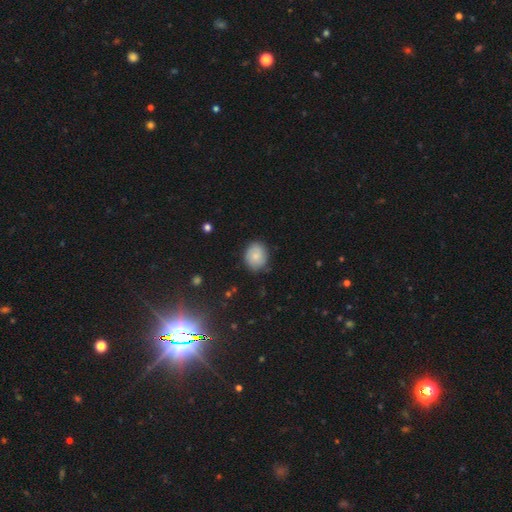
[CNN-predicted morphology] Q: Smooth or featured?
A: smooth (79%); runner-up: featured or disk (13%)
Q: How rounded?
A: round (59%); runner-up: in between (40%)
Q: Merging?
A: none (79%); runner-up: minor disturbance (16%)